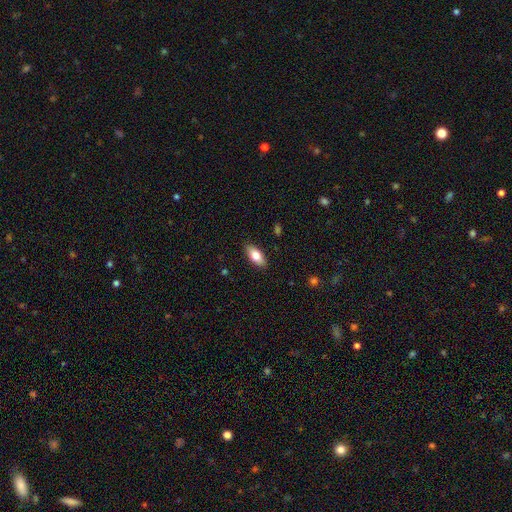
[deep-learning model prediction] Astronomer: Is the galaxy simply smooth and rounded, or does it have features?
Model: smooth — 75%.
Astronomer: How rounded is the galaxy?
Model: in between — 85%.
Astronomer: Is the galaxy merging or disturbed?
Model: none — 88%.